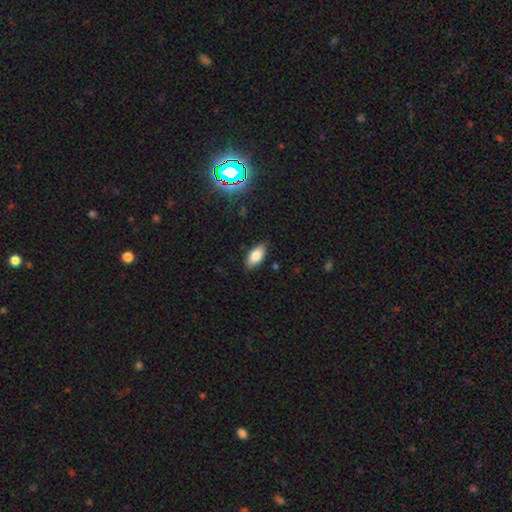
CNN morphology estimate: Q: Smooth or featured?
A: smooth (81%); runner-up: featured or disk (11%)
Q: How rounded?
A: in between (91%); runner-up: cigar-shaped (6%)
Q: Merging?
A: none (86%); runner-up: minor disturbance (11%)